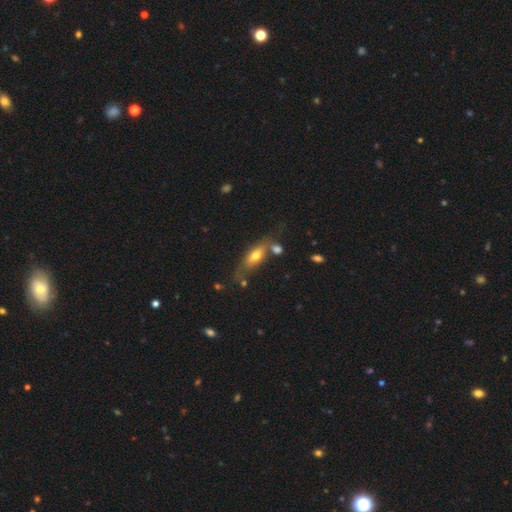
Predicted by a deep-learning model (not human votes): Q: Smooth or featured?
A: smooth (58%); runner-up: featured or disk (35%)
Q: How rounded?
A: in between (64%); runner-up: cigar-shaped (32%)
Q: Merging?
A: none (55%); runner-up: minor disturbance (21%)